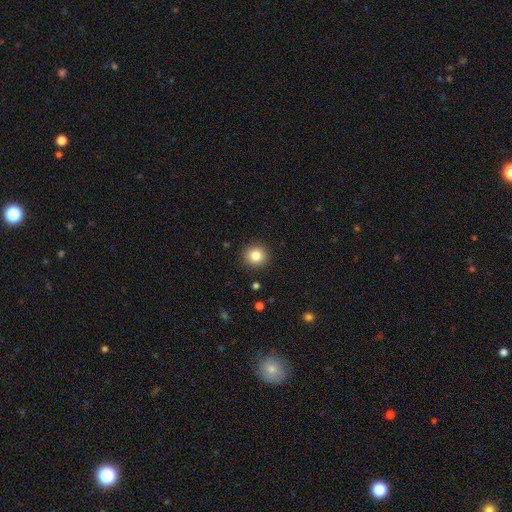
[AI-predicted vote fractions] Smooth or featured?
  - smooth: 83% *
  - star or artifact: 11%
  - featured or disk: 6%
How rounded?
  - round: 93% *
  - in between: 6%
  - cigar-shaped: 1%
Merging?
  - none: 92% *
  - minor disturbance: 5%
  - major disturbance: 2%
  - merger: 1%